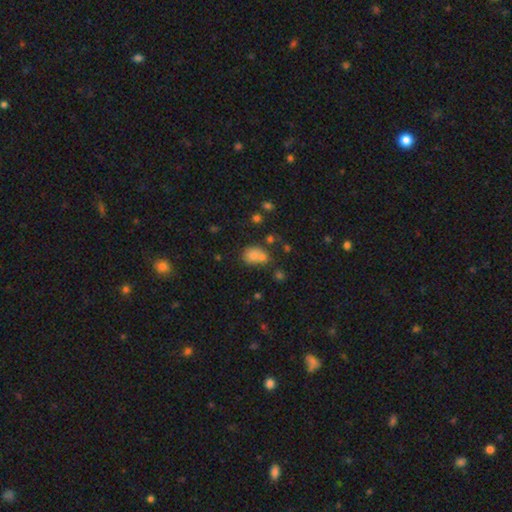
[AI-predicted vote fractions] smooth_or_featured: smooth (p=0.71) [alt: featured or disk p=0.14]
how_rounded: round (p=0.61) [alt: in between p=0.37]
merging: merger (p=0.48) [alt: none p=0.36]